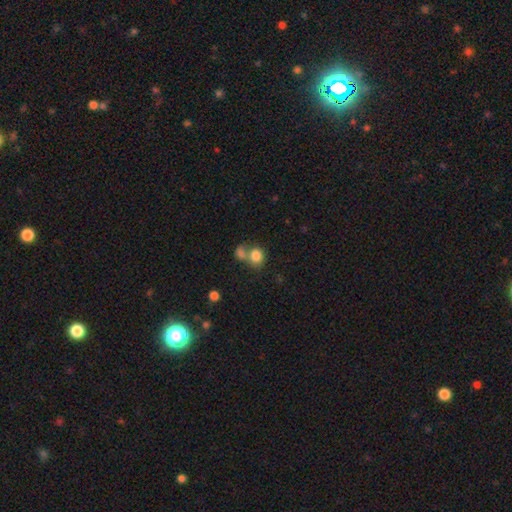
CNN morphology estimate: A smooth galaxy with no disk features (82%) that is round (69%).

Vote fractions:
- Smooth or featured? smooth: 82% / star or artifact: 9% / featured or disk: 9%
- How rounded? round: 69% / in between: 30% / cigar-shaped: 1%
- Merging? merger: 49% / none: 37% / minor disturbance: 9% / major disturbance: 6%